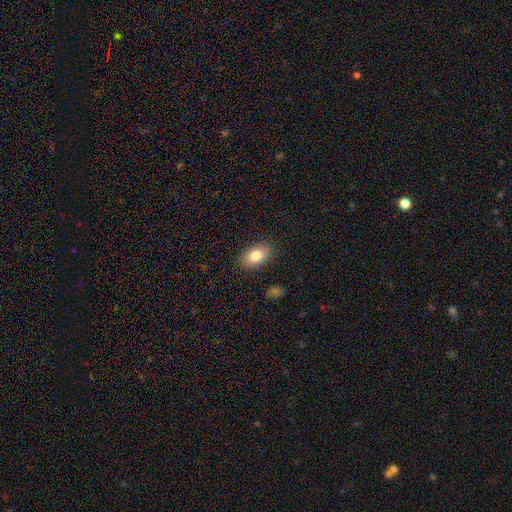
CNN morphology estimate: smooth-or-featured: smooth: 83% | featured or disk: 10% | star or artifact: 7%
  how-rounded: in between: 91% | round: 7% | cigar-shaped: 2%
  merging: none: 87% | minor disturbance: 9% | major disturbance: 3% | merger: 1%